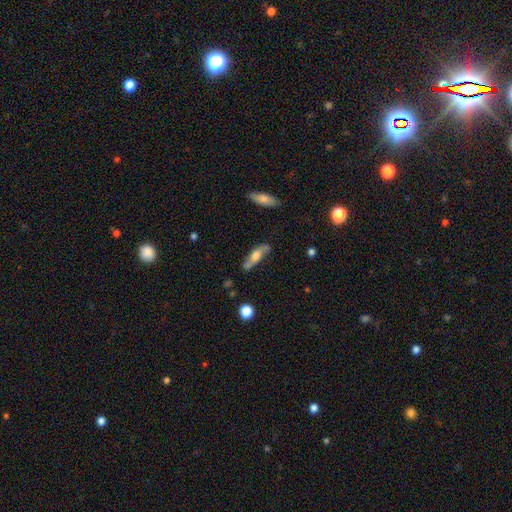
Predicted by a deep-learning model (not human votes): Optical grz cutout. It shows a featured or disk galaxy (51%) viewed edge-on (58%). Merging: none (70%).